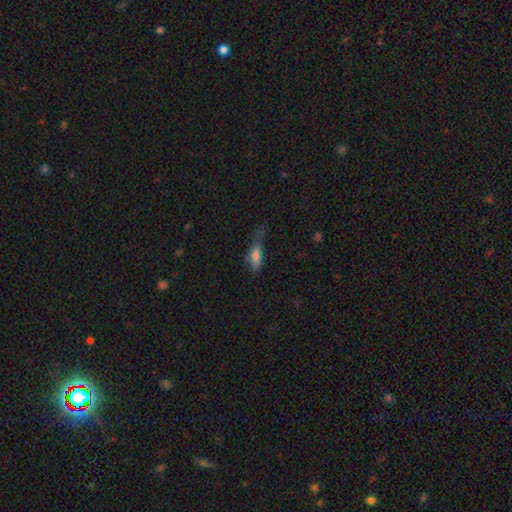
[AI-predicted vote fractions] Q: Smooth or featured?
A: smooth (73%); runner-up: featured or disk (18%)
Q: How rounded?
A: in between (58%); runner-up: cigar-shaped (39%)
Q: Merging?
A: none (40%); runner-up: minor disturbance (36%)